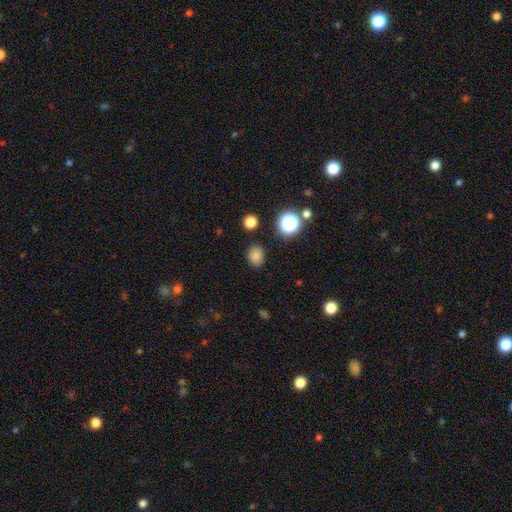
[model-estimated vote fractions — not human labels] smooth-or-featured: smooth: 80% | star or artifact: 15% | featured or disk: 4%
  how-rounded: round: 54% | in between: 45% | cigar-shaped: 1%
  merging: none: 85% | minor disturbance: 10% | major disturbance: 3% | merger: 2%